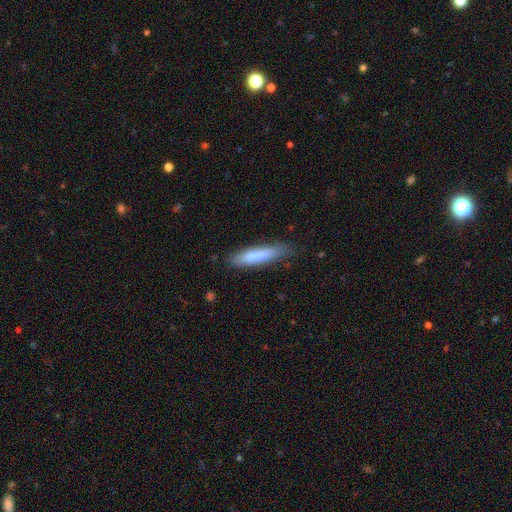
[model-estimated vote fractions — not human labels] Smooth or featured?
  - smooth: 78% *
  - featured or disk: 15%
  - star or artifact: 6%
How rounded?
  - cigar-shaped: 82% *
  - in between: 17%
  - round: 1%
Merging?
  - none: 76% *
  - minor disturbance: 18%
  - major disturbance: 4%
  - merger: 2%